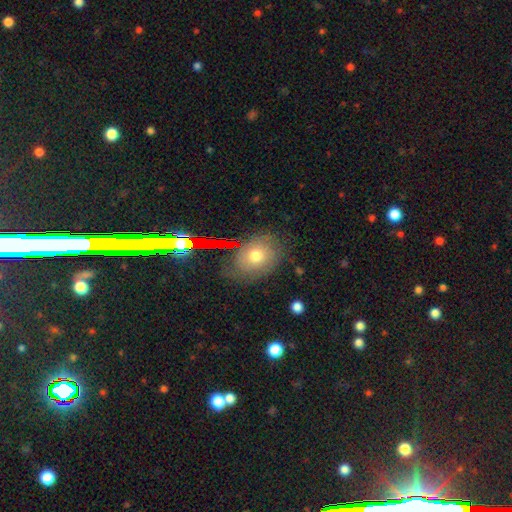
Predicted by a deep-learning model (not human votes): This appears to be a smooth galaxy with no disk features (59%) that is in between round and cigar-shaped (58%). Merging: none (69%).